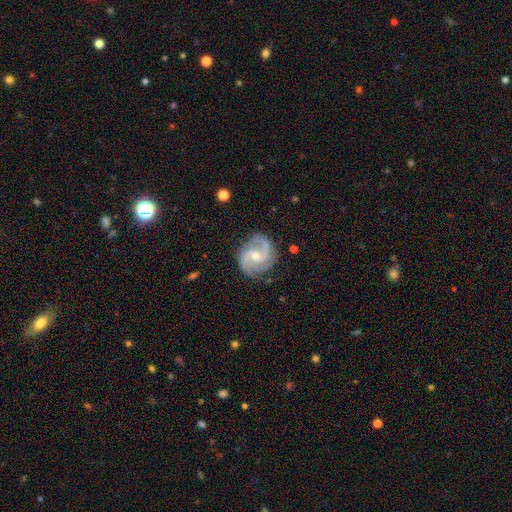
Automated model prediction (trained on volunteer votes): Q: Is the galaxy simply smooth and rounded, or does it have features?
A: featured or disk — 91%.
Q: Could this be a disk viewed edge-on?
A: no — 98%.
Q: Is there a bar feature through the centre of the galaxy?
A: no — 50%.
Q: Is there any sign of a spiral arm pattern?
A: yes — 98%.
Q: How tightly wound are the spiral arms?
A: medium — 57%.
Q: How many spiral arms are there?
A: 2 — 77%.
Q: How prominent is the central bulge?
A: moderate — 52%.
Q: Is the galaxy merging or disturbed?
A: none — 80%.